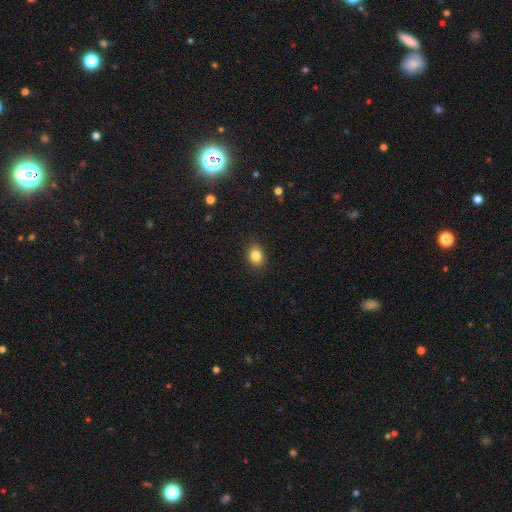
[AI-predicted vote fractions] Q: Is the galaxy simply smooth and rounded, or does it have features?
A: smooth — 85%.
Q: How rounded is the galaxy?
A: in between — 53%.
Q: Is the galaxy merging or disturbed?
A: none — 88%.